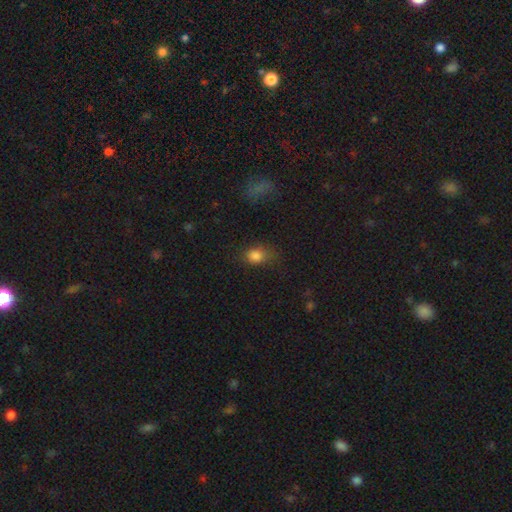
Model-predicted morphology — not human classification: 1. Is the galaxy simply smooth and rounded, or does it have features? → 82% smooth, 12% star or artifact, 6% featured or disk.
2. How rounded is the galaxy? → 56% in between, 42% round, 2% cigar-shaped.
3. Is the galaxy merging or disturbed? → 58% none, 26% minor disturbance, 13% major disturbance, 2% merger.